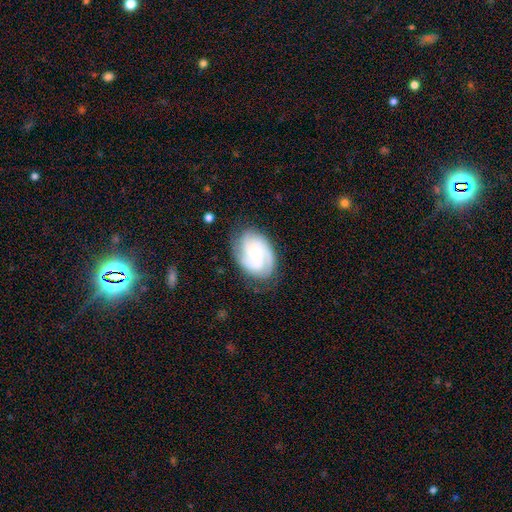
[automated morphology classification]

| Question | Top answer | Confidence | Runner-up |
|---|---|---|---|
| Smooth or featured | featured or disk | 85% | smooth (10%) |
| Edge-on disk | no | 97% | yes (3%) |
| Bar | no | 67% | weak (28%) |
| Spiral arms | yes | 97% | no (3%) |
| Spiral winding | tight | 62% | medium (32%) |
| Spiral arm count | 3 | 47% | 2 (24%) |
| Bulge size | small | 59% | moderate (35%) |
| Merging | none | 77% | minor disturbance (17%) |